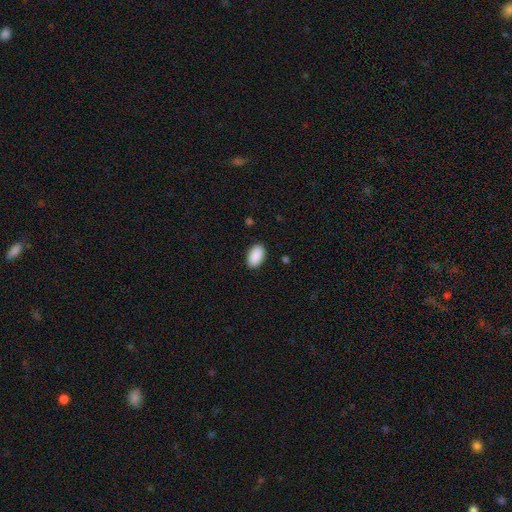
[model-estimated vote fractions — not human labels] Smooth or featured? smooth (91%)
How rounded? in between (94%)
Merging? none (89%)